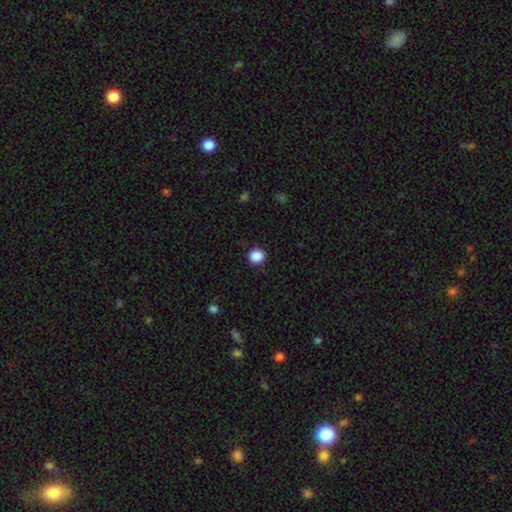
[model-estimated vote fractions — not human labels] Smooth or featured?
  - smooth: 88% *
  - star or artifact: 10%
  - featured or disk: 2%
How rounded?
  - round: 82% *
  - in between: 17%
  - cigar-shaped: 1%
Merging?
  - none: 89% *
  - minor disturbance: 8%
  - major disturbance: 2%
  - merger: 1%